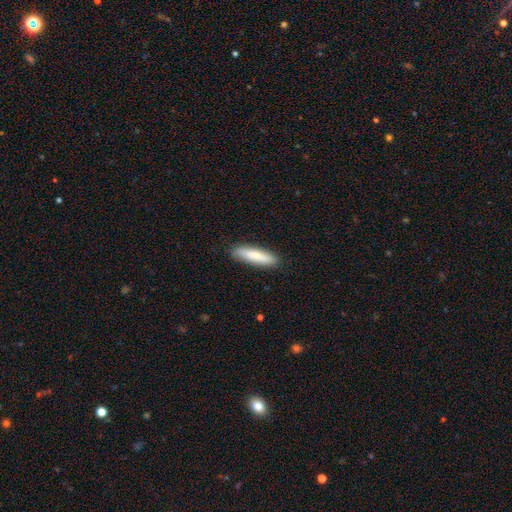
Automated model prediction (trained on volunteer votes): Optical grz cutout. It shows a smooth galaxy with no disk features (78%) that is cigar-shaped (81%). Merging: none (88%).